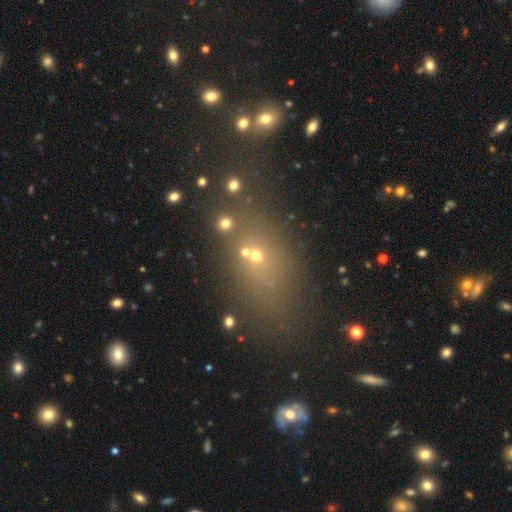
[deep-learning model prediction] smooth 48%, star or artifact 37%, featured or disk 14%. Down the decision tree: merging — none (68%).